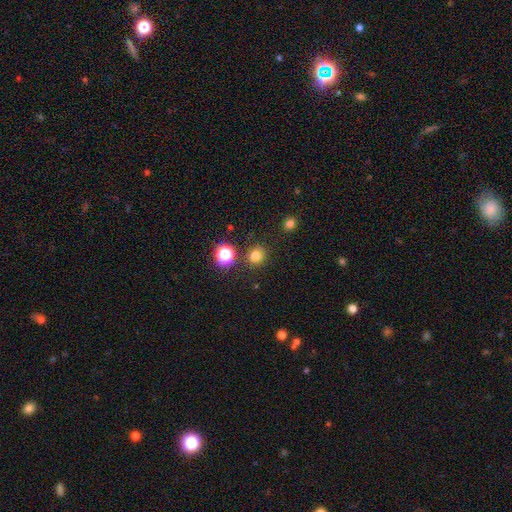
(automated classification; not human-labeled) smooth 77%, star or artifact 18%, featured or disk 5%. Down the decision tree: how rounded — round (88%); merging — none (86%).